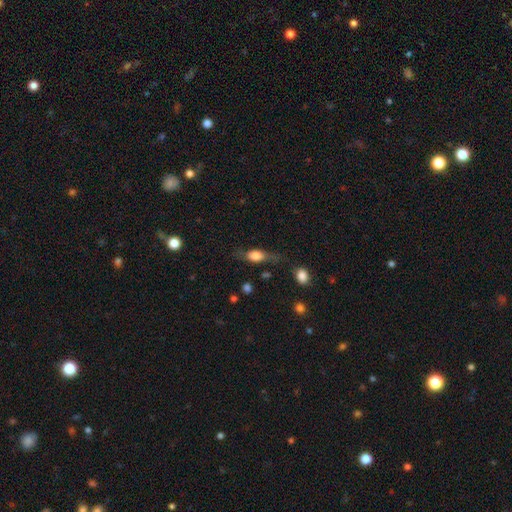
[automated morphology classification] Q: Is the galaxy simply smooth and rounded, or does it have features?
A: smooth — 63%.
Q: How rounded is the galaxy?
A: in between — 68%.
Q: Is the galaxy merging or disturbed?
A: none — 56%.